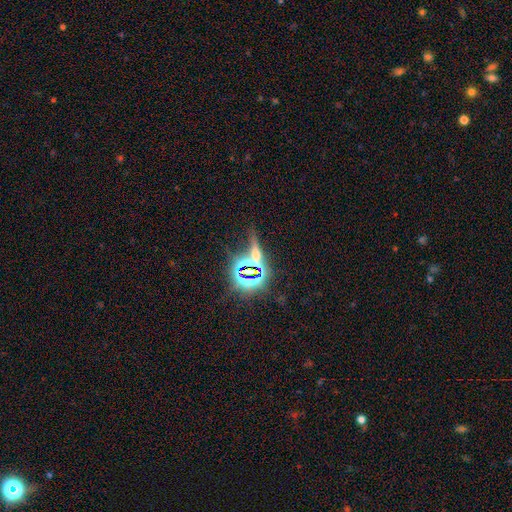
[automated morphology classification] A star or artifact, not a galaxy (61%).